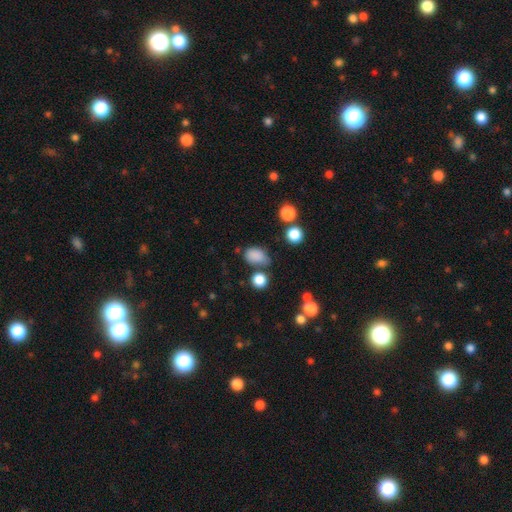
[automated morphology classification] The model was most divided on "merging": none: 56%, minor disturbance: 26%, merger: 10%, major disturbance: 8%. More confident: smooth or featured — smooth (83%); how rounded — in between (77%).